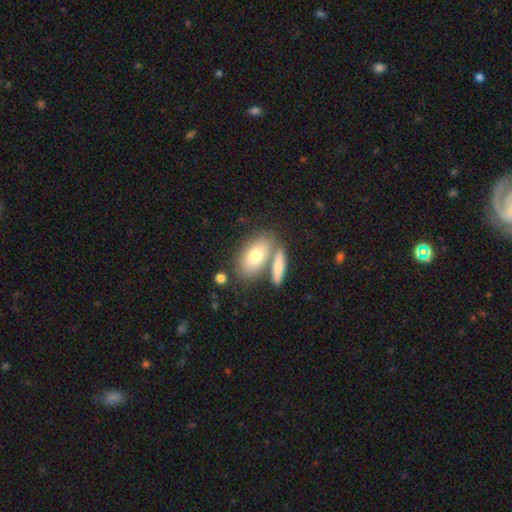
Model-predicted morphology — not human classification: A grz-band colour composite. It shows a smooth galaxy with no disk features (75%) that is in between round and cigar-shaped (87%). Merging: none (54%).